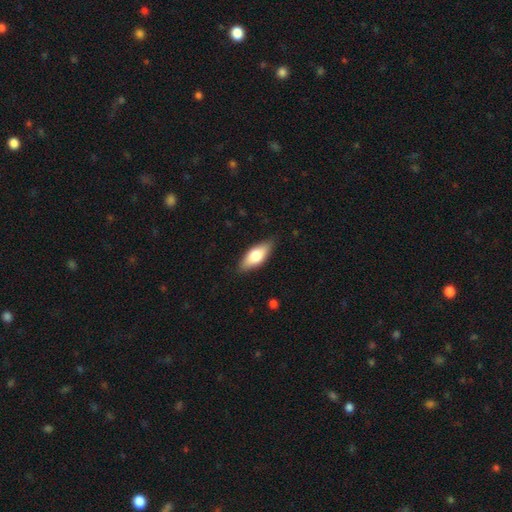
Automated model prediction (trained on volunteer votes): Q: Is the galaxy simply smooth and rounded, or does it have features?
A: smooth — 69%.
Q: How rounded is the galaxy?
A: in between — 78%.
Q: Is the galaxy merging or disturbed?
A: none — 84%.